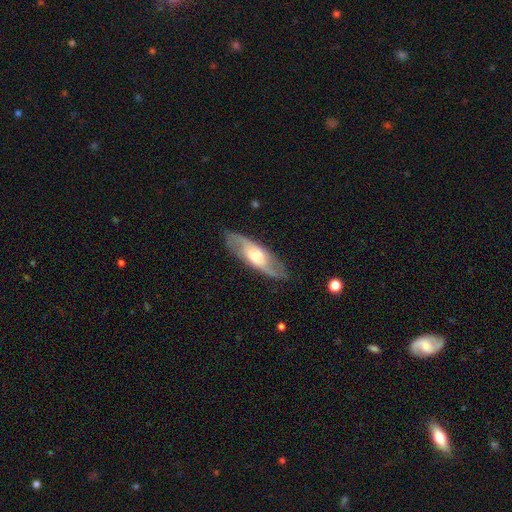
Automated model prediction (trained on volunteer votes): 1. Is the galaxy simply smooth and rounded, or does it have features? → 63% featured or disk, 32% smooth, 6% star or artifact.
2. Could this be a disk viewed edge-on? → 73% no, 27% yes.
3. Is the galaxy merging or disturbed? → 81% none, 13% minor disturbance, 4% major disturbance, 1% merger.